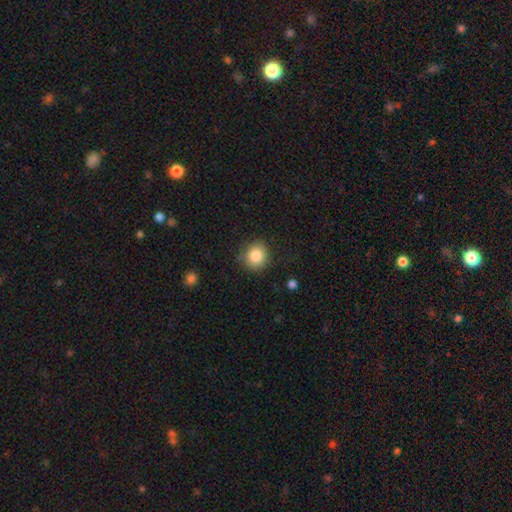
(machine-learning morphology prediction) The model was most divided on "how rounded": round: 85%, in between: 14%, cigar-shaped: 1%. More confident: smooth or featured — smooth (85%); merging — none (84%).